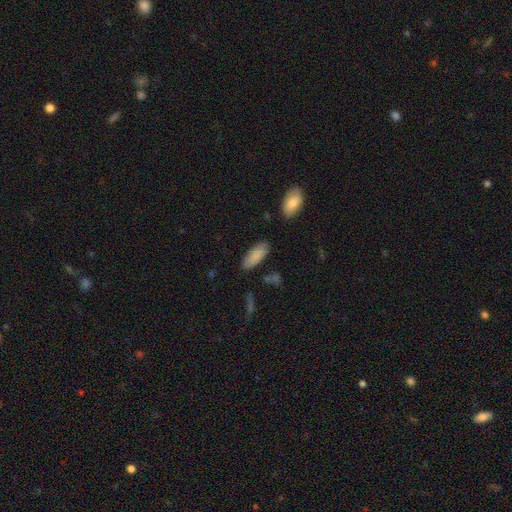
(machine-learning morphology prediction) The model was most divided on "how rounded": in between: 83%, cigar-shaped: 16%, round: 2%. More confident: smooth or featured — smooth (86%); merging — none (82%).